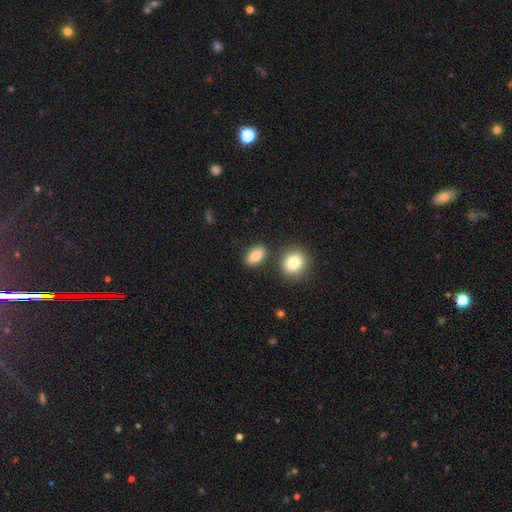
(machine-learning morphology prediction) type=smooth (83%); roundness=in between (87%); merging=none (79%).